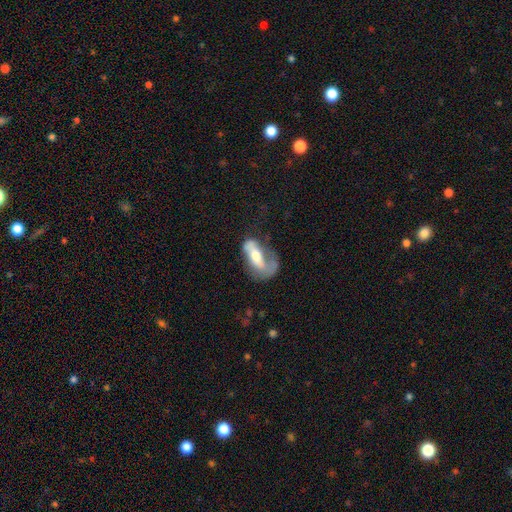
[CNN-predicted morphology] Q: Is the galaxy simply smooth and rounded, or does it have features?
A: featured or disk — 54%.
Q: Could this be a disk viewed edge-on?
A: no — 89%.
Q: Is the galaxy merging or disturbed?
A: major disturbance — 40%.